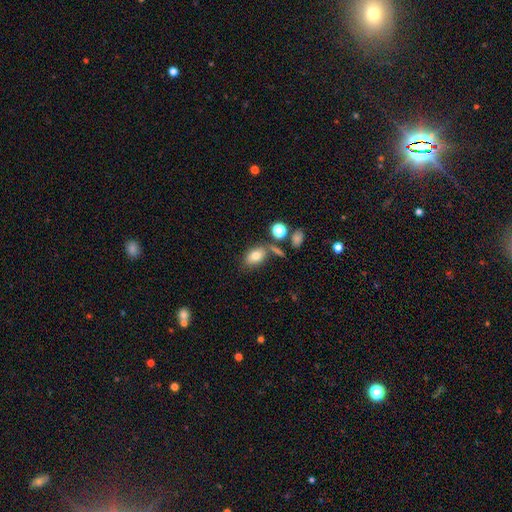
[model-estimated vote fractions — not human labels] This appears to be a smooth galaxy with no disk features (77%) that is in between round and cigar-shaped (85%). Merging: none (64%).